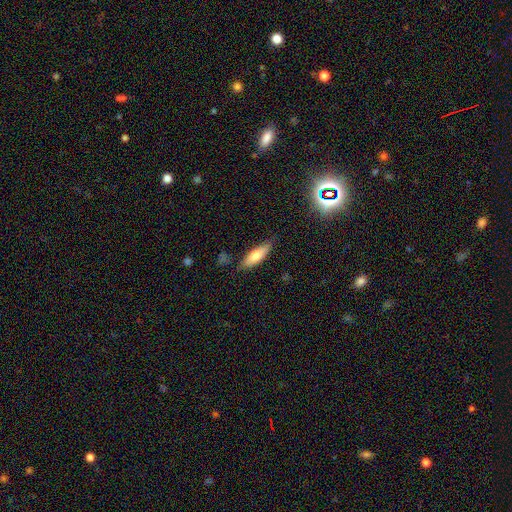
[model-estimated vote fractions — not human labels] This is likely a smooth galaxy (69%). How rounded: possibly in between (51%). Merging: likely none (78%).